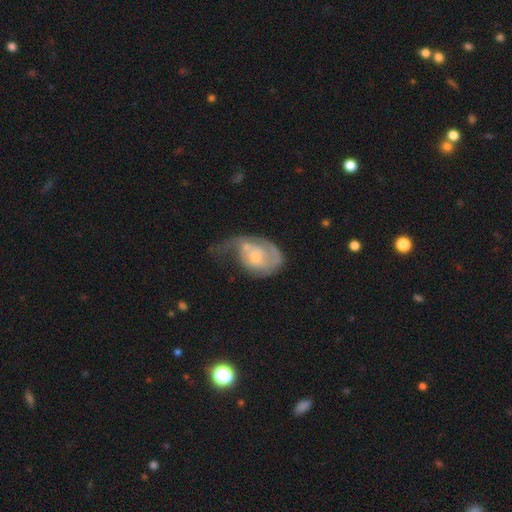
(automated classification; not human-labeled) This is likely a featured or disk galaxy (71%). It is clearly not viewed edge-on (97%). Bar: likely no (68%). Spiral arm pattern: clearly yes (82%). Spiral arm count: marginally 1 (44%). Spiral winding: marginally tight (38%). Central bulge: possibly small (54%). Merging: marginally major disturbance (43%).